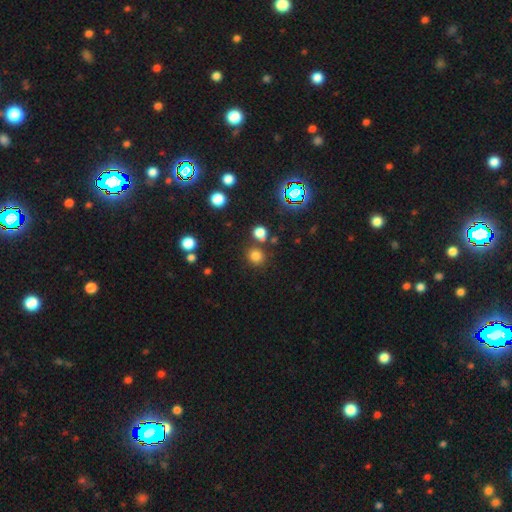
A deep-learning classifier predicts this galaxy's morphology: smooth 75%, star or artifact 20%, featured or disk 6%. Down the decision tree: how rounded — round (85%); merging — none (77%).